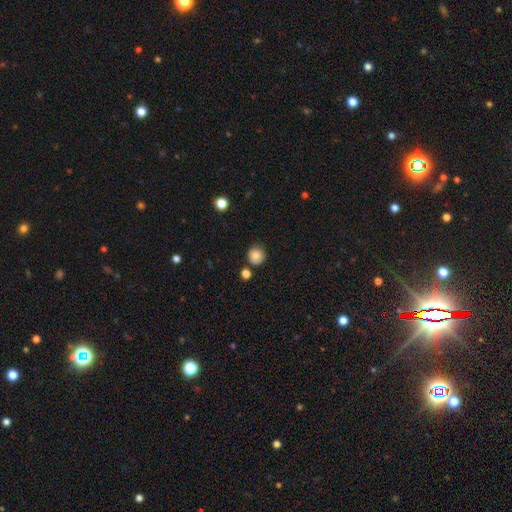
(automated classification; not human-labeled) smooth 84%, star or artifact 10%, featured or disk 6%. Down the decision tree: how rounded — round (92%); merging — none (81%).